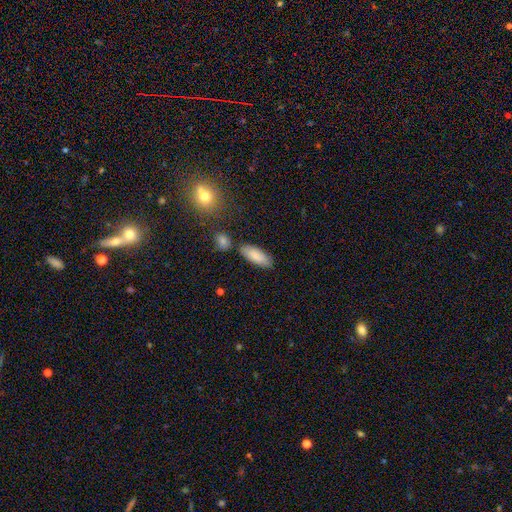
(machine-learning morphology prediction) Smooth or featured? Predicted: smooth (p=0.84). How rounded? Predicted: in between (p=0.80). Merging? Predicted: none (p=0.78).